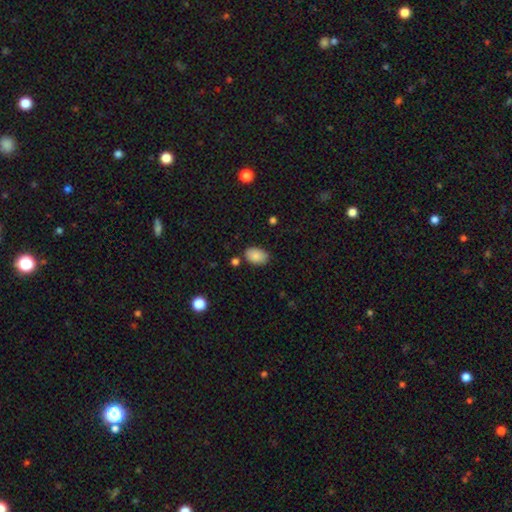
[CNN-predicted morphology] Q: Smooth or featured?
A: smooth (85%); runner-up: star or artifact (8%)
Q: How rounded?
A: in between (87%); runner-up: round (12%)
Q: Merging?
A: none (78%); runner-up: minor disturbance (16%)